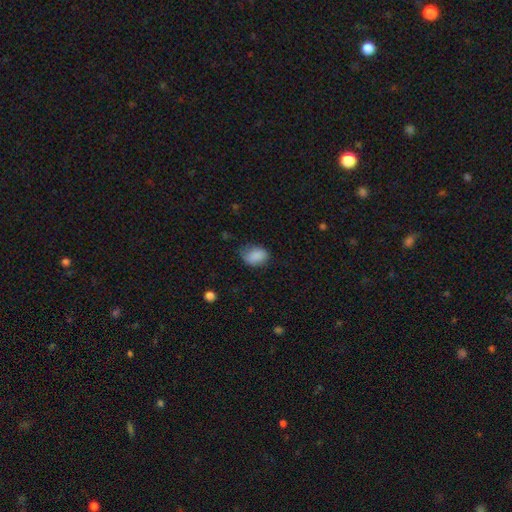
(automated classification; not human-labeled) A smooth galaxy with no disk features (86%) that is in between round and cigar-shaped (77%).

Vote fractions:
- Smooth or featured? smooth: 86% / star or artifact: 8% / featured or disk: 6%
- How rounded? in between: 77% / round: 22% / cigar-shaped: 1%
- Merging? none: 60% / minor disturbance: 30% / major disturbance: 9% / merger: 1%